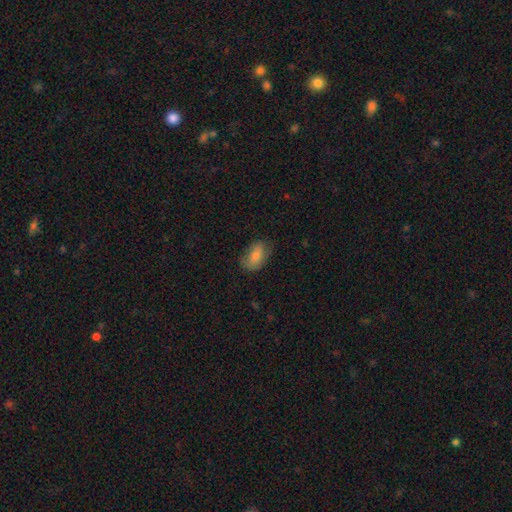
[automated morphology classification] type=smooth (72%); roundness=in between (89%); merging=none (72%).